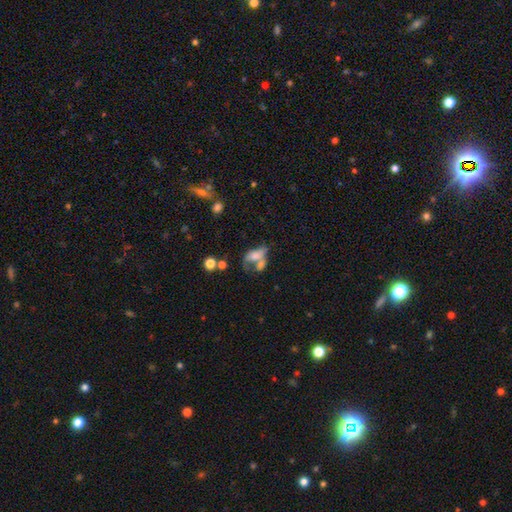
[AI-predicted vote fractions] smooth-or-featured: smooth: 60% | featured or disk: 29% | star or artifact: 12%
  how-rounded: in between: 79% | cigar-shaped: 12% | round: 9%
  merging: merger: 49% | none: 23% | major disturbance: 16% | minor disturbance: 13%